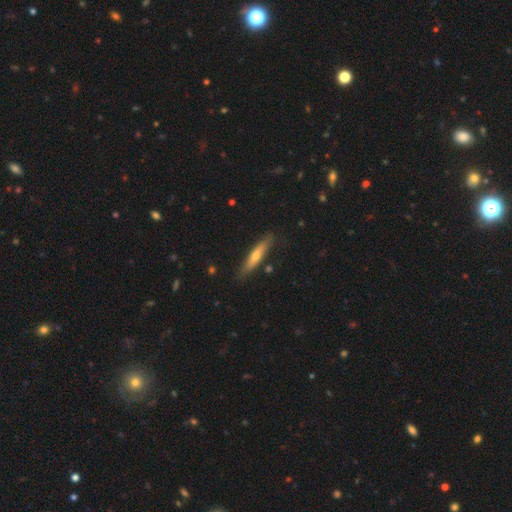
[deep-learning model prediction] Smooth or featured? Predicted: featured or disk (p=0.48). Merging? Predicted: none (p=0.84).